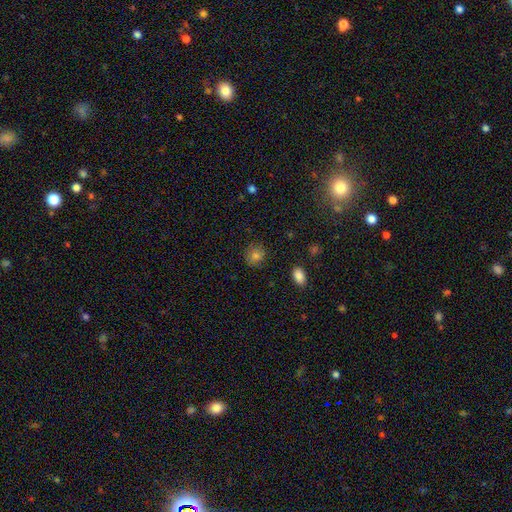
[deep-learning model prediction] Overall: smooth (80%). How rounded: round (84%). Merging: none (86%).